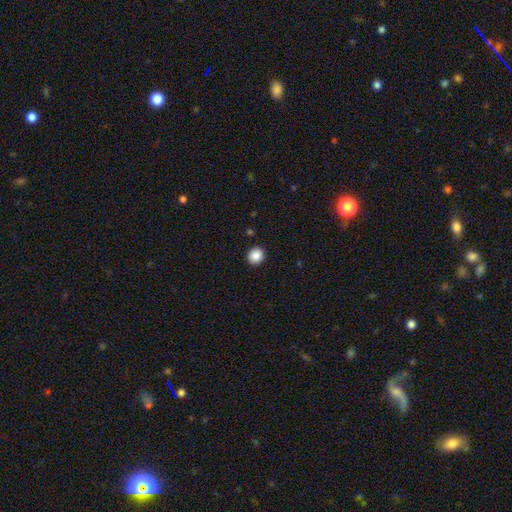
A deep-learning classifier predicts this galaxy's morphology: Overall: smooth (87%). How rounded: round (87%). Merging: none (92%).